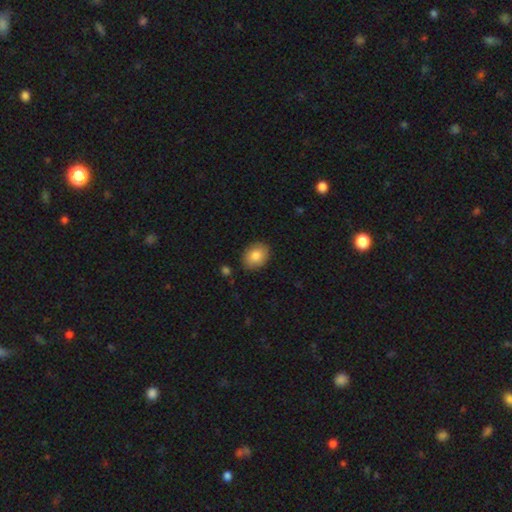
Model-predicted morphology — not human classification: smooth 84%, featured or disk 9%, star or artifact 7%. Down the decision tree: how rounded — in between (66%); merging — none (87%).